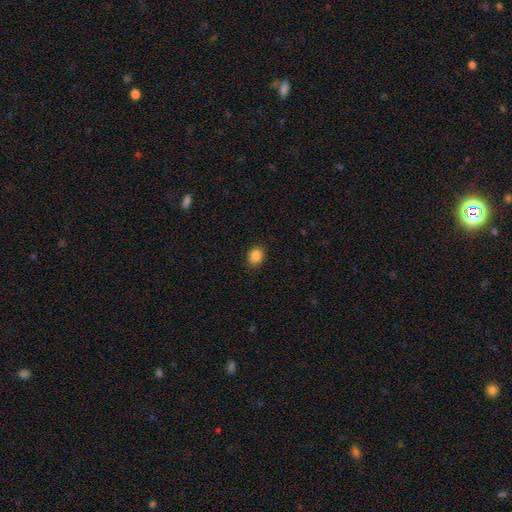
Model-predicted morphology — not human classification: Q: Smooth or featured?
A: smooth (86%); runner-up: star or artifact (10%)
Q: How rounded?
A: in between (50%); runner-up: round (49%)
Q: Merging?
A: none (89%); runner-up: minor disturbance (8%)